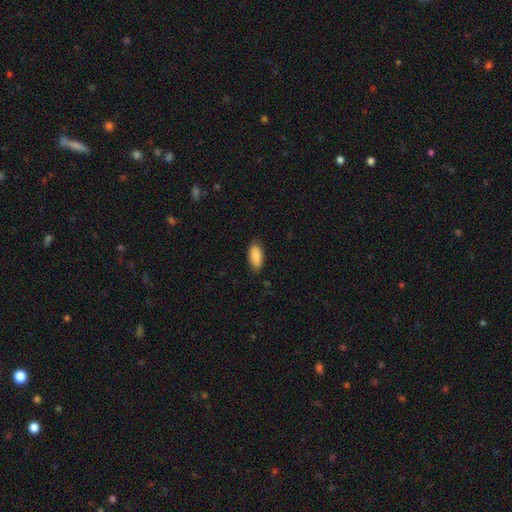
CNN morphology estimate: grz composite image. It shows a smooth galaxy with no disk features (87%) that is in between round and cigar-shaped (91%). Merging: none (83%).